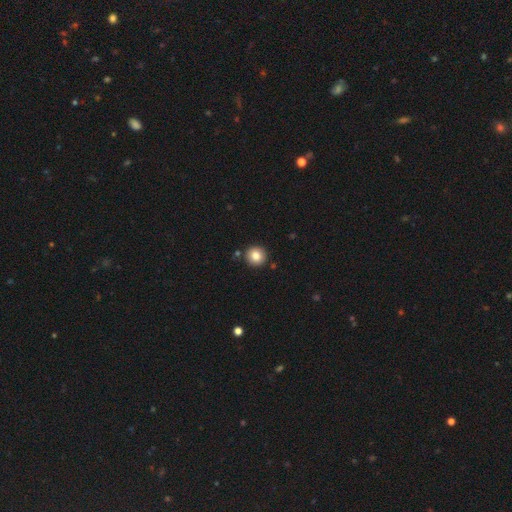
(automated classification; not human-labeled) This appears to be a smooth galaxy with no disk features (83%) that is round (93%). Merging: none (89%).